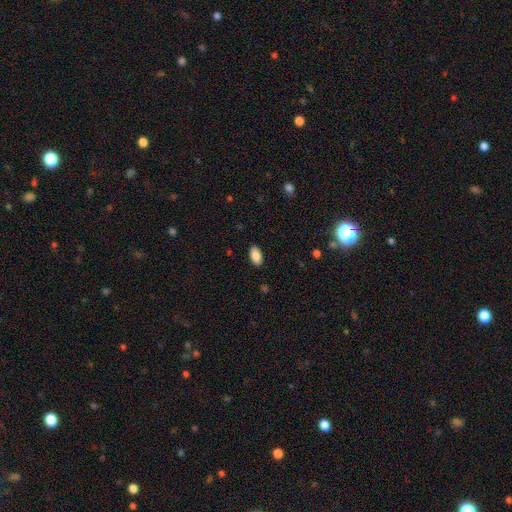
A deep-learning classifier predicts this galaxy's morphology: Smooth or featured? smooth (88%)
How rounded? in between (94%)
Merging? none (89%)